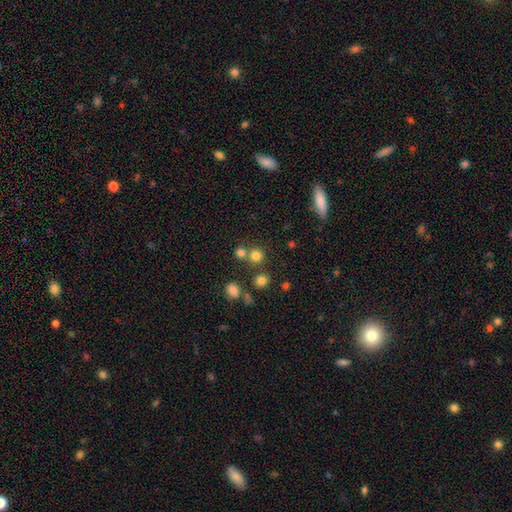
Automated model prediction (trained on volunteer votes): smooth 76%, star or artifact 17%, featured or disk 7%. Down the decision tree: how rounded — round (91%); merging — none (66%).